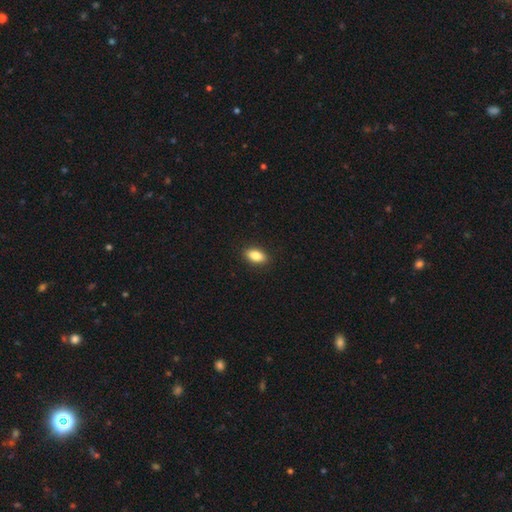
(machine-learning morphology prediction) type=smooth (84%); roundness=in between (88%); merging=none (90%).